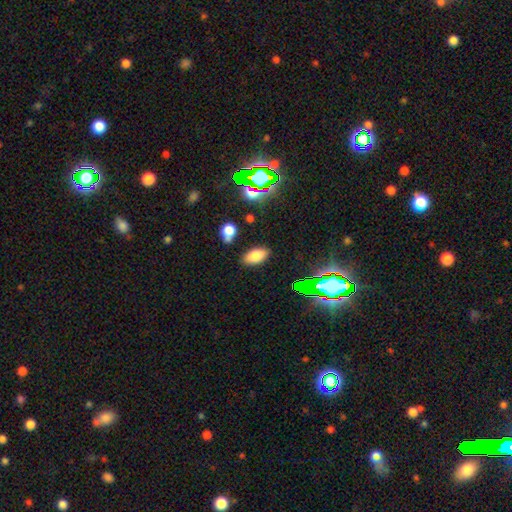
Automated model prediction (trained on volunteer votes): smooth-or-featured: smooth: 77% | star or artifact: 13% | featured or disk: 9%
  how-rounded: in between: 93% | round: 4% | cigar-shaped: 3%
  merging: none: 82% | minor disturbance: 12% | merger: 3% | major disturbance: 3%